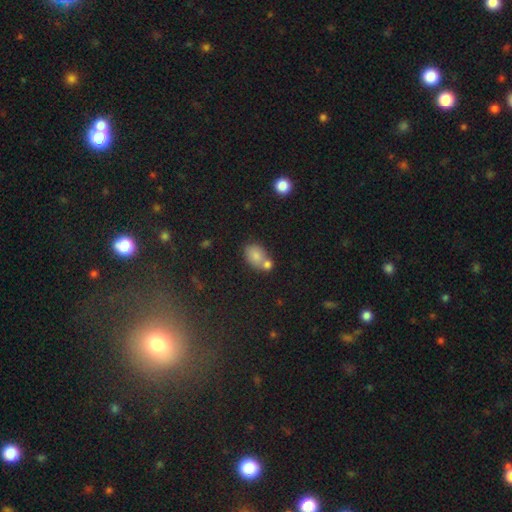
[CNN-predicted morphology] Q: Smooth or featured?
A: smooth (77%); runner-up: star or artifact (12%)
Q: How rounded?
A: in between (76%); runner-up: round (23%)
Q: Merging?
A: none (44%); runner-up: merger (40%)